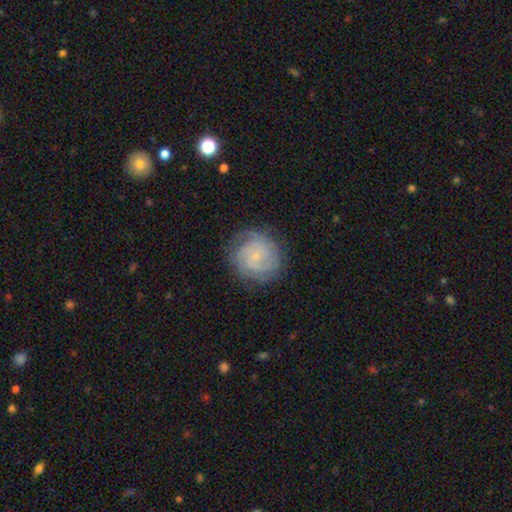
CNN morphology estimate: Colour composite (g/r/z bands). It shows a featured or disk galaxy (72%) with no bar (71%), tight (68%) spiral arms (94%) and a small central bulge (78%). Merging: none (79%).